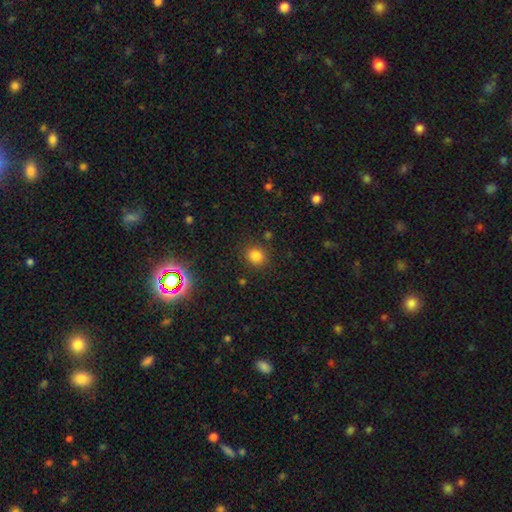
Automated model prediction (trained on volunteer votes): Morphology: type=smooth (81%); roundness=round (78%); merging=none (85%).